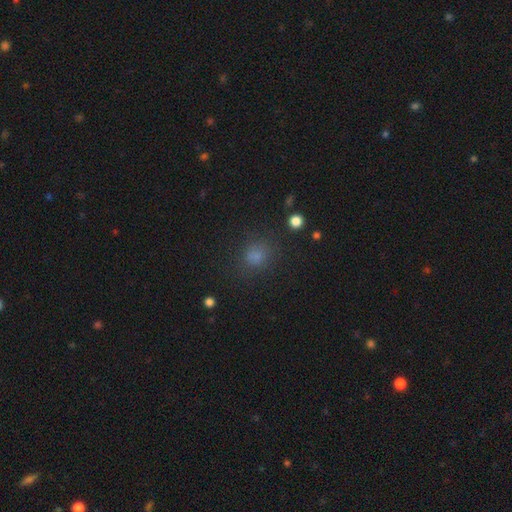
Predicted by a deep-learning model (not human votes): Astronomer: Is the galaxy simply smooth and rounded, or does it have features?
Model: smooth — 74%.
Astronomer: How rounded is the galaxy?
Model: round — 73%.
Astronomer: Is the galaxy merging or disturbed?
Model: none — 75%.